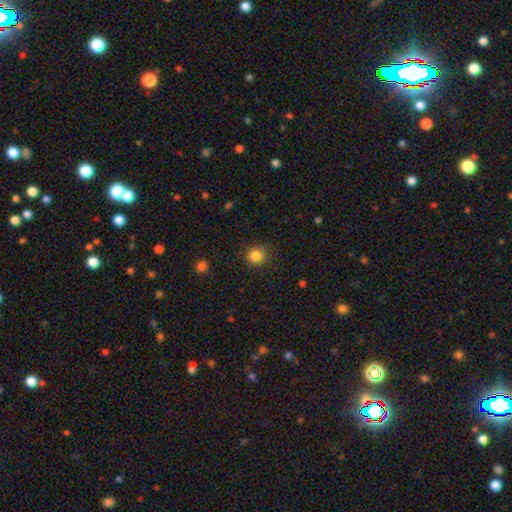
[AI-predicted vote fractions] The model was most divided on "smooth or featured": smooth: 84%, star or artifact: 12%, featured or disk: 5%. More confident: how rounded — round (87%); merging — none (85%).